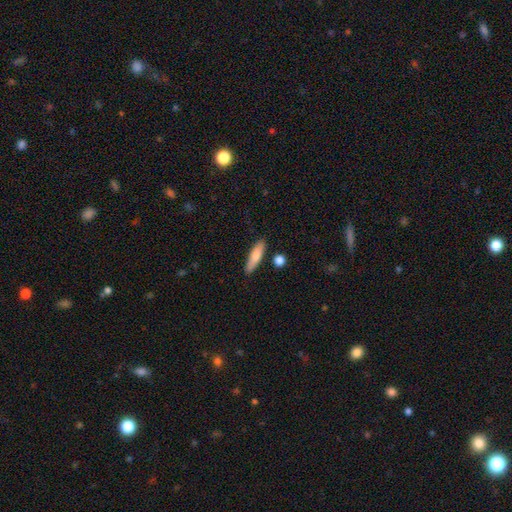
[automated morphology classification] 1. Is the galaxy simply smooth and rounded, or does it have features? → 79% smooth, 15% featured or disk, 6% star or artifact.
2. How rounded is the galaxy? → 71% cigar-shaped, 27% in between, 2% round.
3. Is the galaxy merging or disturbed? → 83% none, 11% minor disturbance, 4% merger, 2% major disturbance.